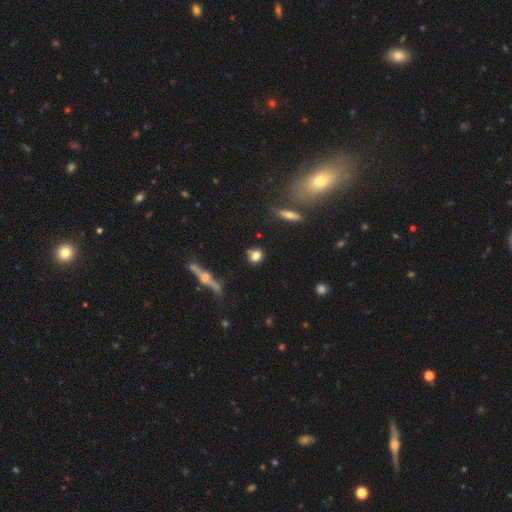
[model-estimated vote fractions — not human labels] Smooth or featured? Predicted: smooth (p=0.76). How rounded? Predicted: round (p=0.73). Merging? Predicted: none (p=0.78).